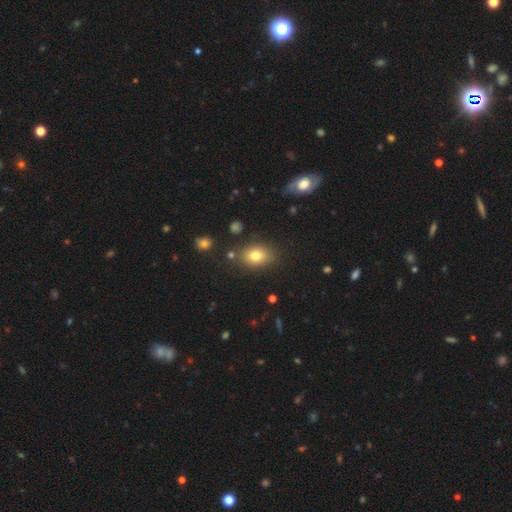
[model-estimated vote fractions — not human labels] smooth-or-featured: smooth: 78% | star or artifact: 11% | featured or disk: 10%
  how-rounded: in between: 74% | round: 25% | cigar-shaped: 1%
  merging: none: 81% | minor disturbance: 12% | merger: 4% | major disturbance: 4%